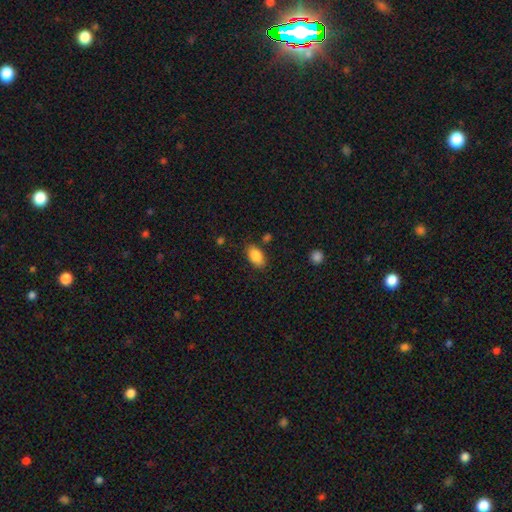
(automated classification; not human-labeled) Smooth or featured: smooth — 87% (star or artifact — 7%)
How rounded: in between — 92% (round — 5%)
Merging: none — 82% (minor disturbance — 13%)